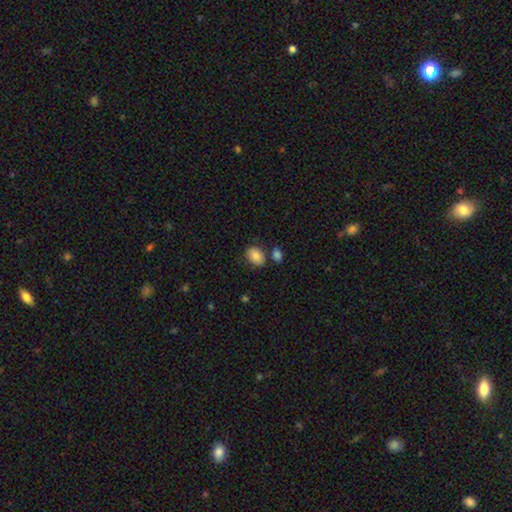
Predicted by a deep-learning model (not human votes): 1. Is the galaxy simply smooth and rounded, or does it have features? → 86% smooth, 7% star or artifact, 7% featured or disk.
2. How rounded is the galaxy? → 82% in between, 17% round, 1% cigar-shaped.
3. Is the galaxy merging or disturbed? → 73% none, 13% minor disturbance, 11% merger, 3% major disturbance.